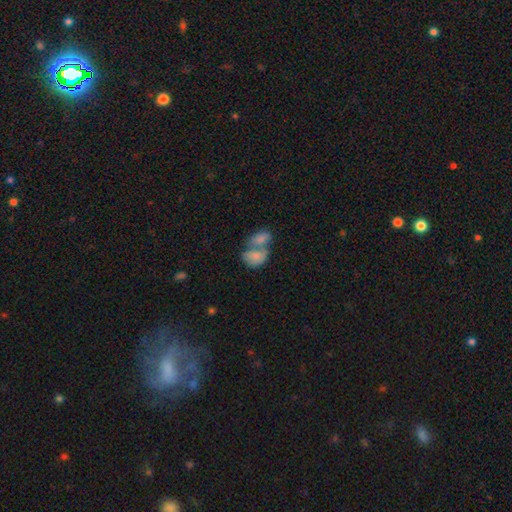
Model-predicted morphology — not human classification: Smooth or featured? Predicted: smooth (p=0.77). How rounded? Predicted: in between (p=0.79). Merging? Predicted: merger (p=0.70).